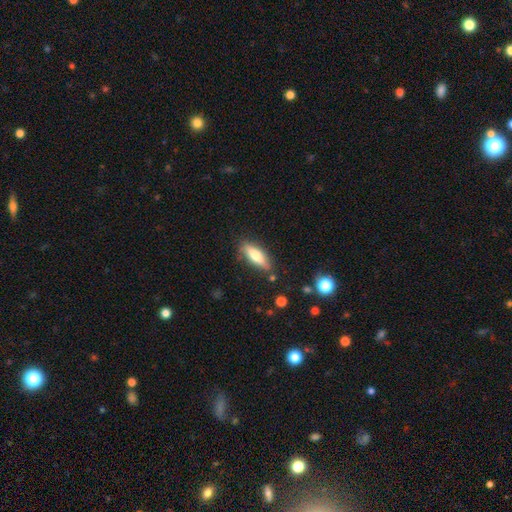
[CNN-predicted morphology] Q: Smooth or featured?
A: smooth (61%); runner-up: featured or disk (33%)
Q: How rounded?
A: cigar-shaped (50%); runner-up: in between (48%)
Q: Merging?
A: none (80%); runner-up: minor disturbance (14%)